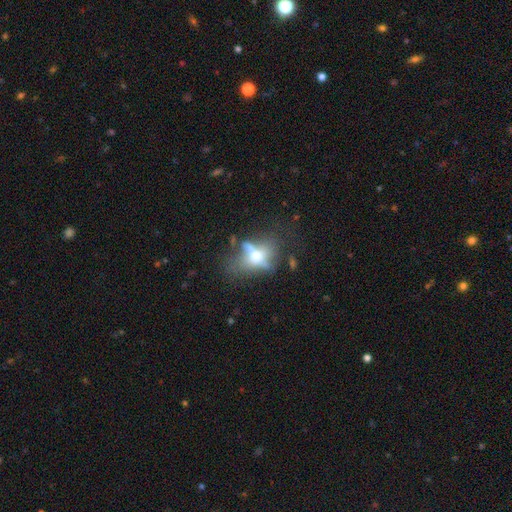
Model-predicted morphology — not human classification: type=featured or disk (45%); merging=none (35%).